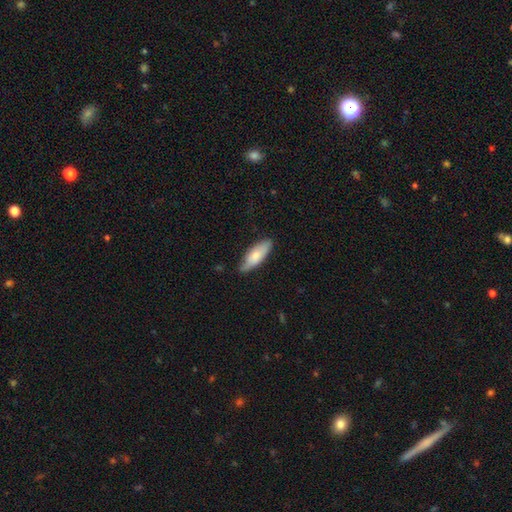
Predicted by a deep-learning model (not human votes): A smooth galaxy with no disk features (74%) that is in between round and cigar-shaped (66%). Merging: none (77%).